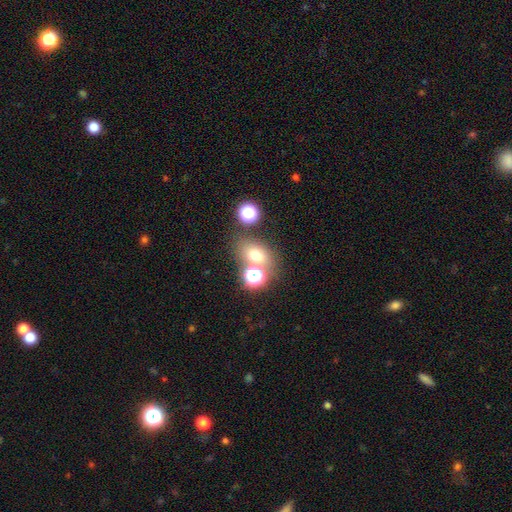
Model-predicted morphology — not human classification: Smooth or featured: smooth — 67% (star or artifact — 20%)
How rounded: in between — 56% (round — 43%)
Merging: none — 63% (merger — 21%)